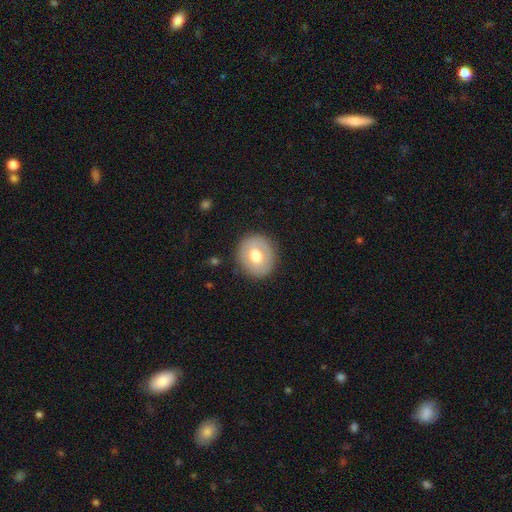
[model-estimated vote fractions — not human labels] A smooth galaxy with no disk features (64%) that is round (80%).

Vote fractions:
- Smooth or featured? smooth: 64% / featured or disk: 29% / star or artifact: 7%
- How rounded? round: 80% / in between: 19% / cigar-shaped: 1%
- Merging? none: 87% / minor disturbance: 9% / major disturbance: 3% / merger: 1%